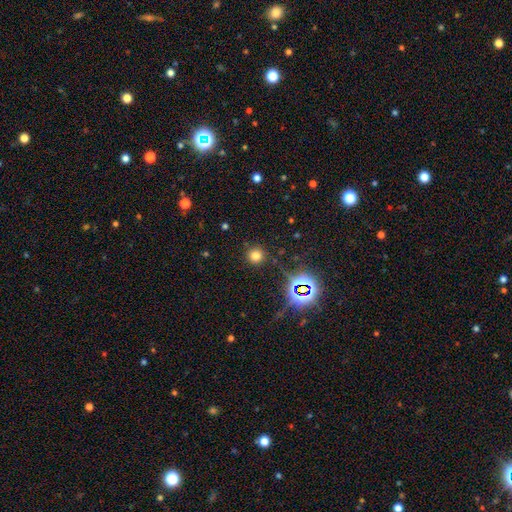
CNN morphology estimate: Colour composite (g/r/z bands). It shows a smooth galaxy with no disk features (70%) that is round (94%). Merging: none (89%).